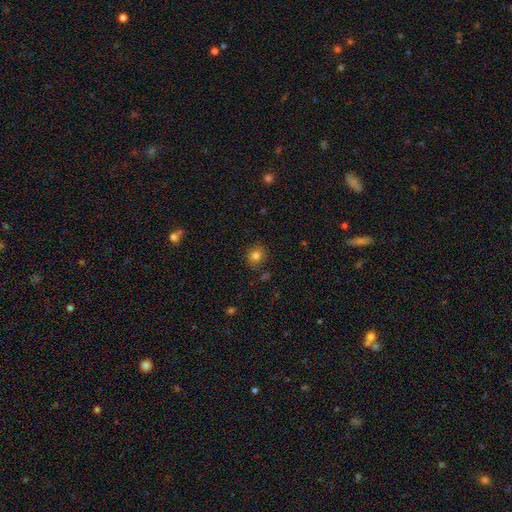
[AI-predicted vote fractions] A smooth galaxy with no disk features (80%) that is round (82%).

Vote fractions:
- Smooth or featured? smooth: 80% / star or artifact: 12% / featured or disk: 7%
- How rounded? round: 82% / in between: 18% / cigar-shaped: 1%
- Merging? none: 85% / minor disturbance: 10% / major disturbance: 3% / merger: 2%